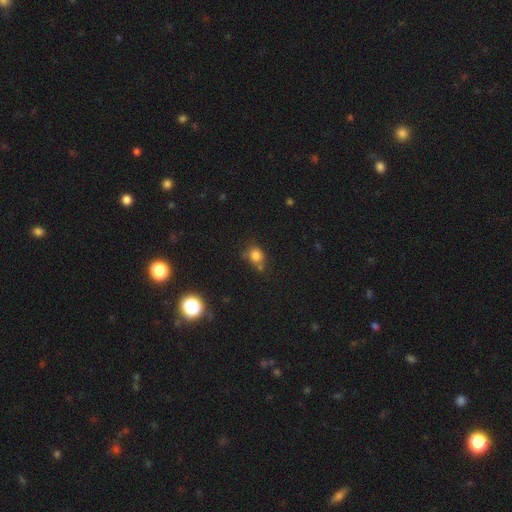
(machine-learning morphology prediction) Smooth or featured?
  - smooth: 79% *
  - star or artifact: 14%
  - featured or disk: 7%
How rounded?
  - round: 73% *
  - in between: 26%
  - cigar-shaped: 1%
Merging?
  - none: 59% *
  - minor disturbance: 18%
  - merger: 17%
  - major disturbance: 6%